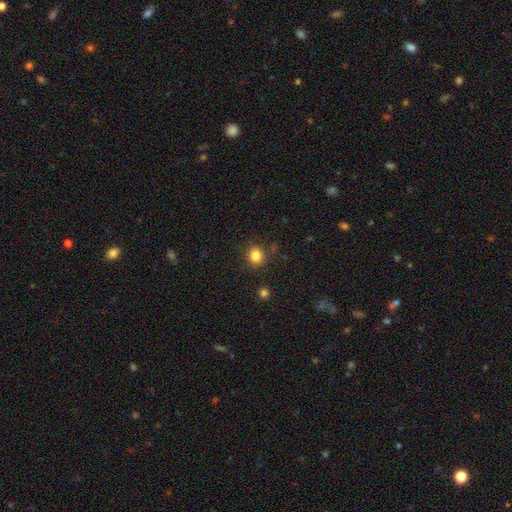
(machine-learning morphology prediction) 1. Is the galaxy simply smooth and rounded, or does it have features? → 83% smooth, 12% star or artifact, 5% featured or disk.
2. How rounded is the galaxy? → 83% round, 16% in between, 1% cigar-shaped.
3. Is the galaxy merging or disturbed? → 86% none, 9% minor disturbance, 3% major disturbance, 3% merger.